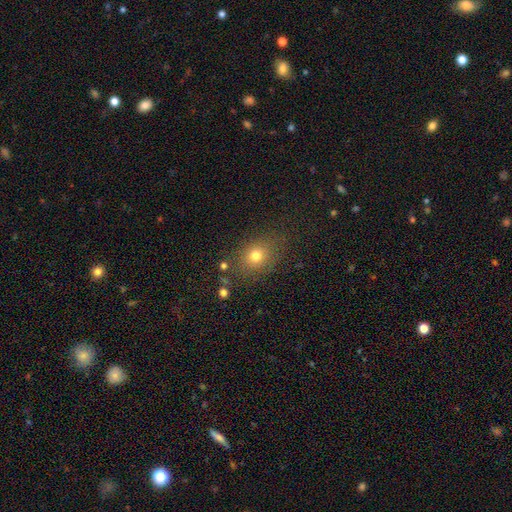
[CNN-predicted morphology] smooth-or-featured: smooth: 75% | star or artifact: 14% | featured or disk: 10%
  how-rounded: round: 53% | in between: 45% | cigar-shaped: 1%
  merging: none: 79% | minor disturbance: 13% | major disturbance: 5% | merger: 3%